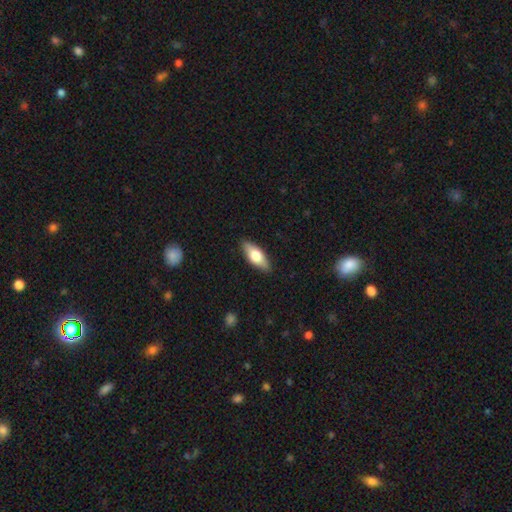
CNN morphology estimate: Smooth or featured: smooth — 65% (featured or disk — 30%)
How rounded: in between — 76% (cigar-shaped — 21%)
Merging: none — 88% (minor disturbance — 9%)